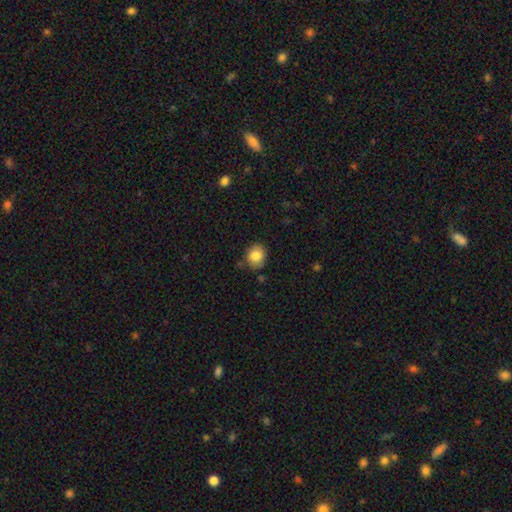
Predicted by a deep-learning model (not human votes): Overall: smooth (84%). How rounded: round (68%; in between 31%). Merging: none (80%).